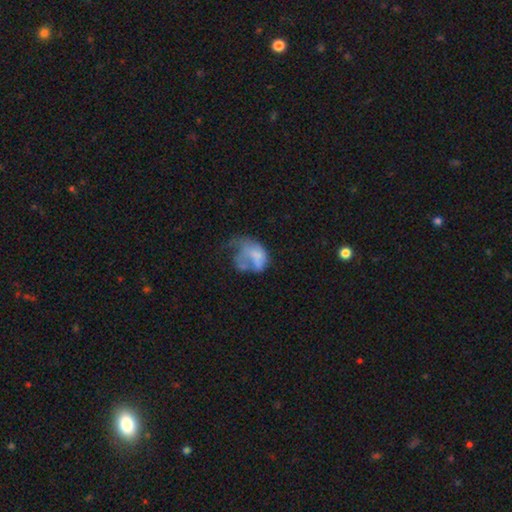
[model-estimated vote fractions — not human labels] Smooth or featured?
  - smooth: 52% *
  - featured or disk: 37%
  - star or artifact: 11%
How rounded?
  - in between: 67% *
  - round: 32%
  - cigar-shaped: 1%
Merging?
  - major disturbance: 52% *
  - minor disturbance: 19%
  - none: 17%
  - merger: 11%